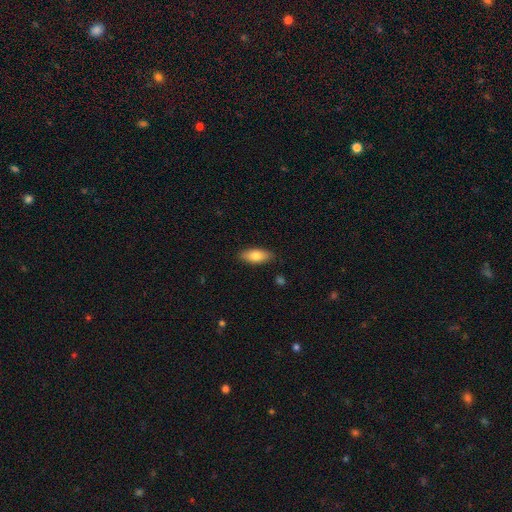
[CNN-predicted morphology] The model was most divided on "smooth or featured": smooth: 80%, featured or disk: 14%, star or artifact: 6%. More confident: merging — none (87%); how rounded — in between (84%).